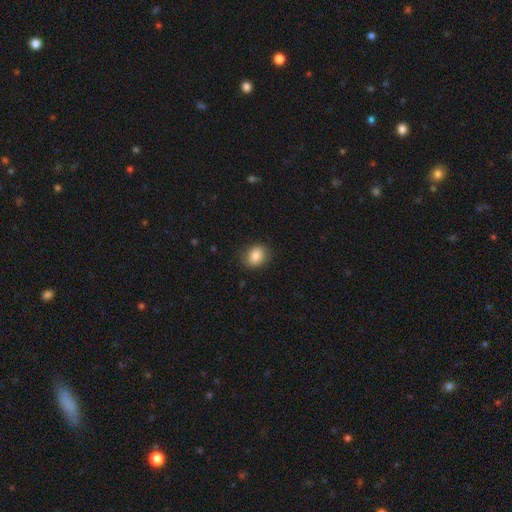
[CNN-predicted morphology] Smooth or featured? Predicted: smooth (p=0.85). How rounded? Predicted: round (p=0.56). Merging? Predicted: none (p=0.85).